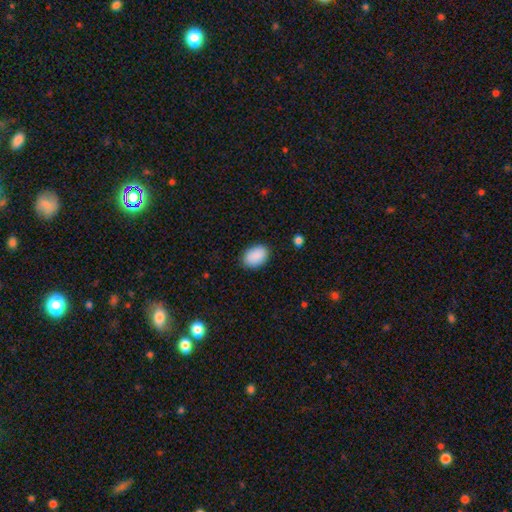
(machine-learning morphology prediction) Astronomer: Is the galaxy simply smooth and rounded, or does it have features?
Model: smooth — 90%.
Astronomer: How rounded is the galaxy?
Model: in between — 85%.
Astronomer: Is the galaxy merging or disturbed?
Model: none — 85%.